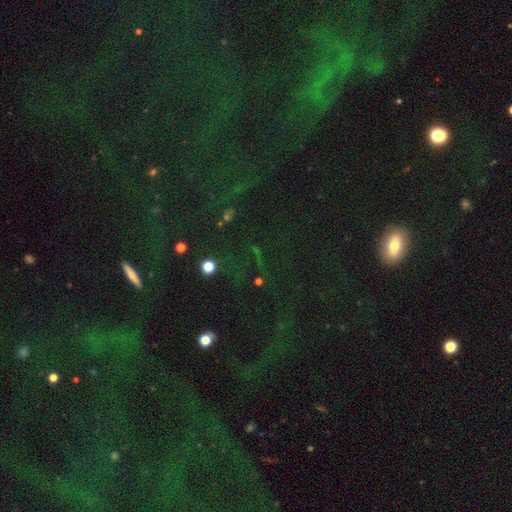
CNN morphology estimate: smooth_or_featured: star or artifact (p=0.60) [alt: smooth p=0.25]